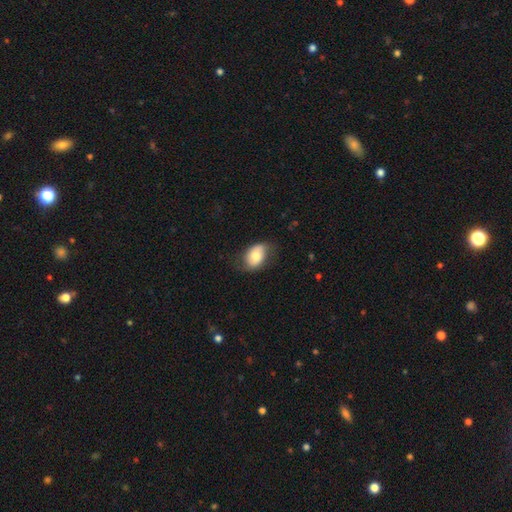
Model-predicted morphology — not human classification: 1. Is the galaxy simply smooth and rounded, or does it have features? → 69% smooth, 24% featured or disk, 7% star or artifact.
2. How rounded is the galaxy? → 82% in between, 17% round, 1% cigar-shaped.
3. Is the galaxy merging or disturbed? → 67% none, 24% minor disturbance, 8% major disturbance, 1% merger.